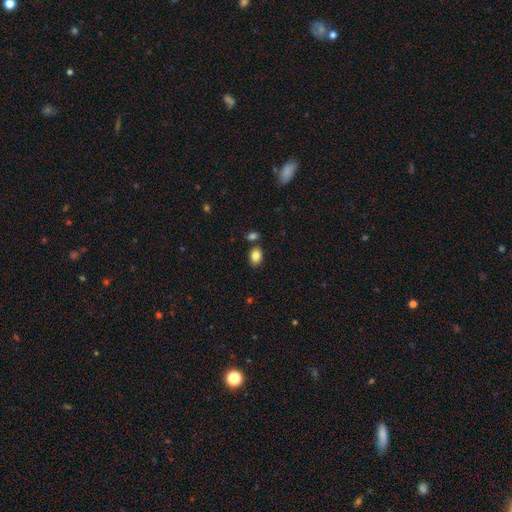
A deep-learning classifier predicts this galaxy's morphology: smooth-or-featured: smooth: 85% | star or artifact: 9% | featured or disk: 6%
  how-rounded: in between: 75% | round: 24% | cigar-shaped: 1%
  merging: none: 77% | minor disturbance: 11% | merger: 10% | major disturbance: 3%